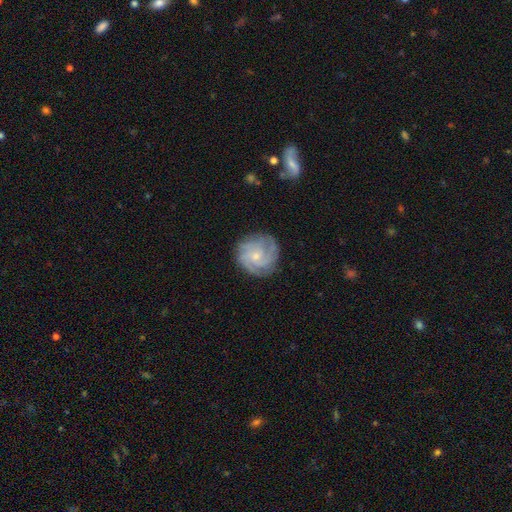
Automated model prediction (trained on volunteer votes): smooth-or-featured: featured or disk: 76% | smooth: 17% | star or artifact: 7%
  disk-edge-on: no: 98% | yes: 2%
    bar: no: 73% | weak: 24% | strong: 3%
    has-spiral-arms: yes: 94% | no: 6%
      spiral-winding: tight: 57% | medium: 34% | loose: 9%
      spiral-arm-count: 3: 28% | can't tell: 26% | 4: 22% | 2: 11% | more than 4: 7% | 1: 6%
    bulge-size: small: 69% | moderate: 26% | none: 3% | large: 1% | dominant: 1%
  merging: none: 80% | minor disturbance: 14% | major disturbance: 5% | merger: 1%